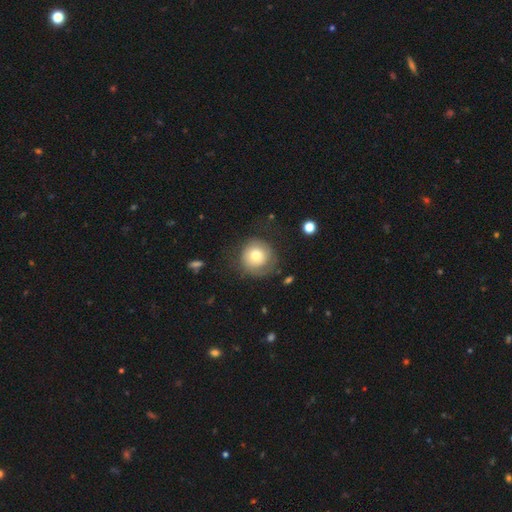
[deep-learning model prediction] smooth_or_featured: smooth (p=0.66) [alt: featured or disk p=0.26]
how_rounded: round (p=0.92) [alt: in between p=0.07]
merging: none (p=0.65) [alt: minor disturbance p=0.19]